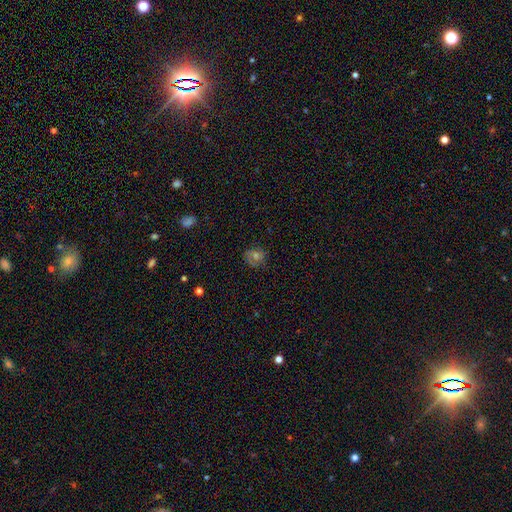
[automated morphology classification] Smooth or featured?
  - smooth: 46% *
  - featured or disk: 34%
  - star or artifact: 20%
Merging?
  - none: 73% *
  - minor disturbance: 18%
  - major disturbance: 8%
  - merger: 1%